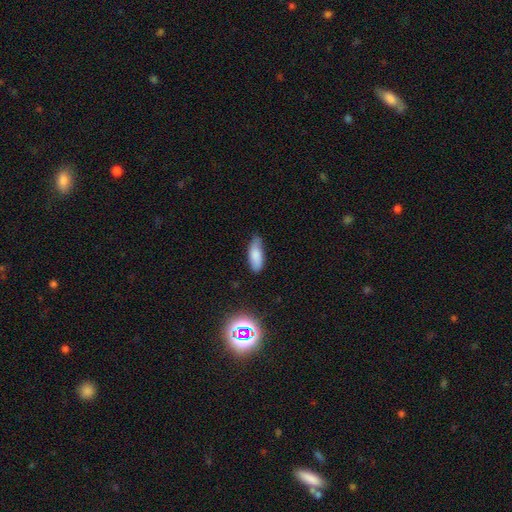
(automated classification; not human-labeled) Q: Smooth or featured?
A: smooth (80%); runner-up: featured or disk (11%)
Q: How rounded?
A: in between (70%); runner-up: cigar-shaped (27%)
Q: Merging?
A: none (70%); runner-up: minor disturbance (24%)